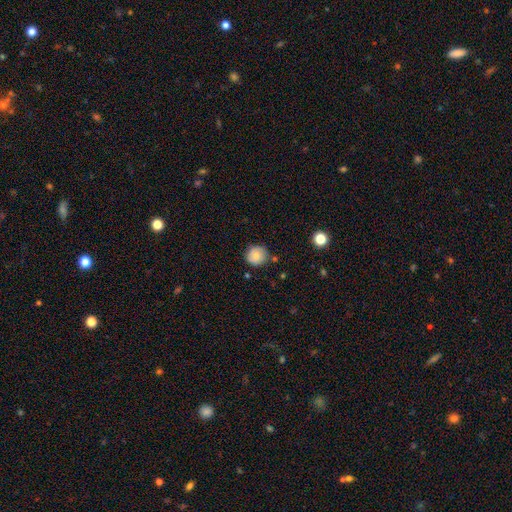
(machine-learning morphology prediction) Q: Smooth or featured?
A: smooth (79%); runner-up: featured or disk (13%)
Q: How rounded?
A: round (90%); runner-up: in between (9%)
Q: Merging?
A: none (76%); runner-up: minor disturbance (17%)